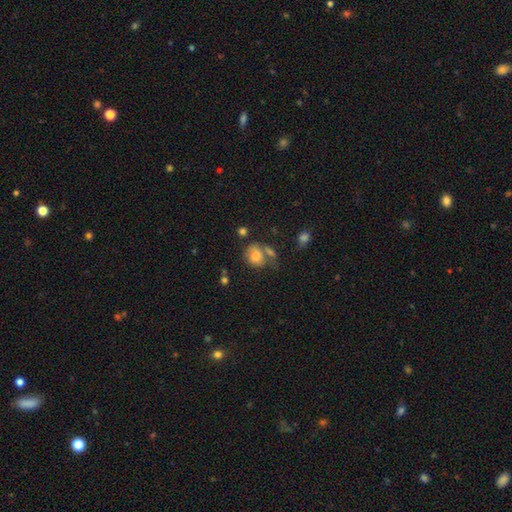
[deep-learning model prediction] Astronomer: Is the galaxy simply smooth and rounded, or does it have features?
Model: smooth — 73%.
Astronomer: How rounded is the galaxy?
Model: round — 52% (runner-up: in between, 47%).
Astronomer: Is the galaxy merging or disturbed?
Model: none — 39% (runner-up: minor disturbance, 23%).